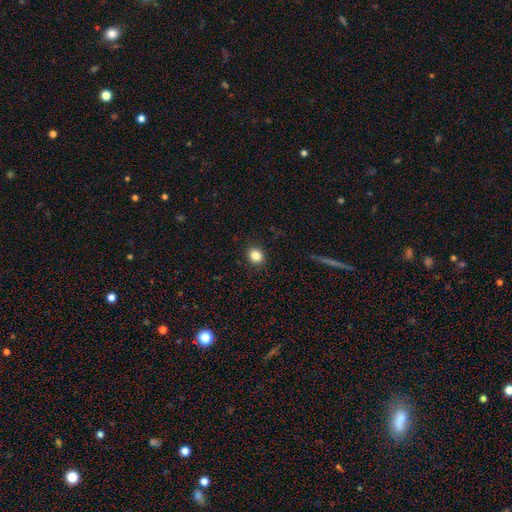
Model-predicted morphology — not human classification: Smooth or featured?
  - smooth: 85% *
  - star or artifact: 10%
  - featured or disk: 5%
How rounded?
  - round: 69% *
  - in between: 30%
  - cigar-shaped: 1%
Merging?
  - none: 90% *
  - minor disturbance: 7%
  - major disturbance: 2%
  - merger: 1%